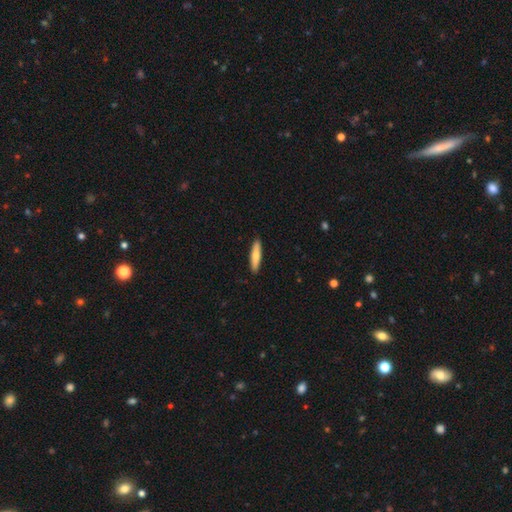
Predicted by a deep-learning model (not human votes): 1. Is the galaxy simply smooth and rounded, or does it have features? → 73% smooth, 22% featured or disk, 5% star or artifact.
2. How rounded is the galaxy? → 81% cigar-shaped, 18% in between, 1% round.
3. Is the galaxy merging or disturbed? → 91% none, 7% minor disturbance, 1% major disturbance, 1% merger.